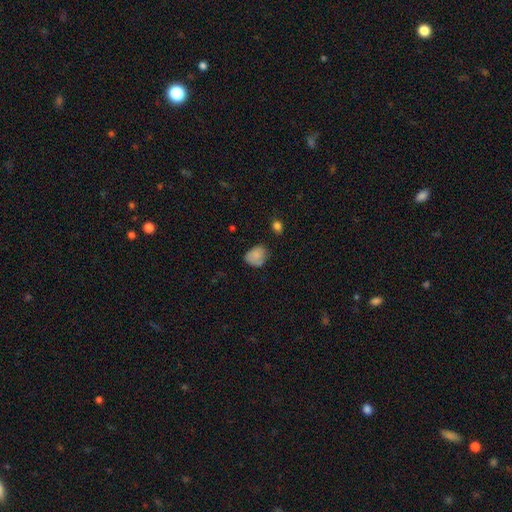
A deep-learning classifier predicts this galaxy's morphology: smooth 80%, featured or disk 10%, star or artifact 10%. Down the decision tree: how rounded — in between (53%); merging — none (55%).